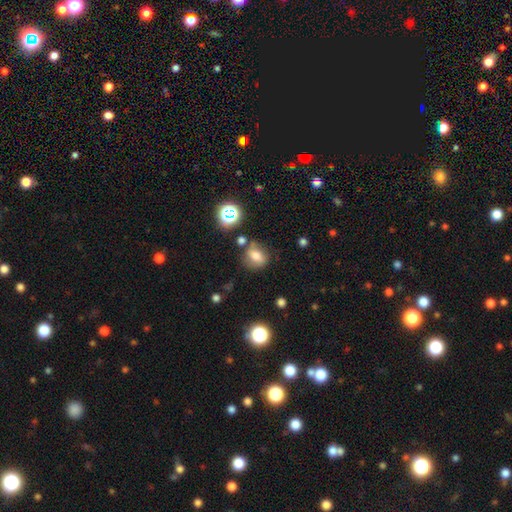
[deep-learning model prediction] Morphology: type=smooth (67%); roundness=round (53%); merging=none (64%).